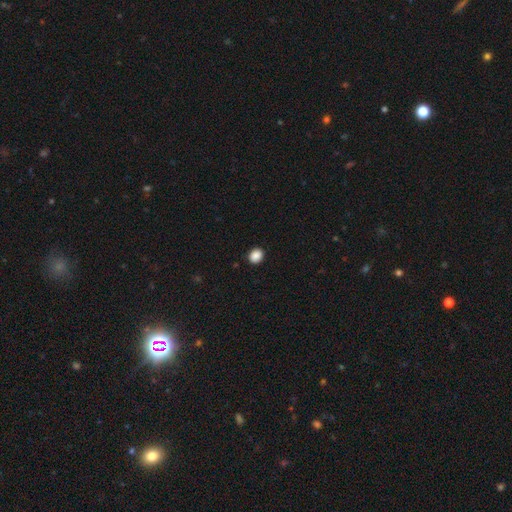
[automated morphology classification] This is clearly a smooth galaxy (89%). How rounded: possibly round (58%). Merging: clearly none (91%).